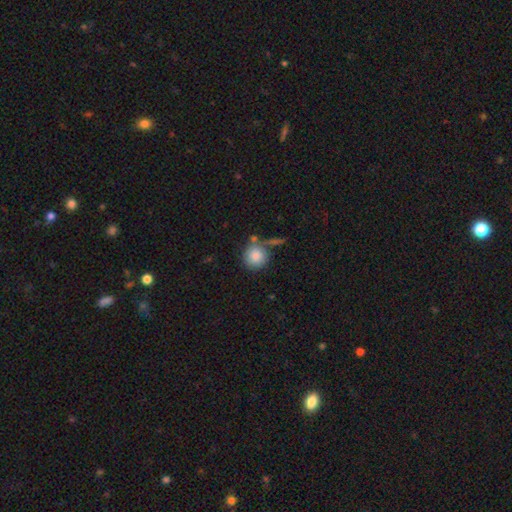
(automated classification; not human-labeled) Smooth or featured? Predicted: smooth (p=0.85). How rounded? Predicted: round (p=0.91). Merging? Predicted: none (p=0.67).